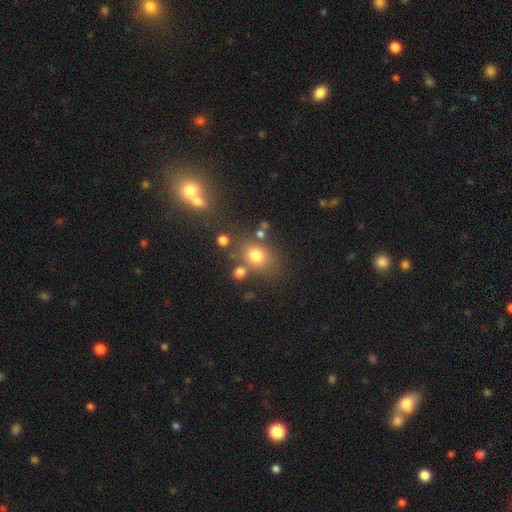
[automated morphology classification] Smooth or featured? smooth (74%)
How rounded? round (60%)
Merging? none (66%)